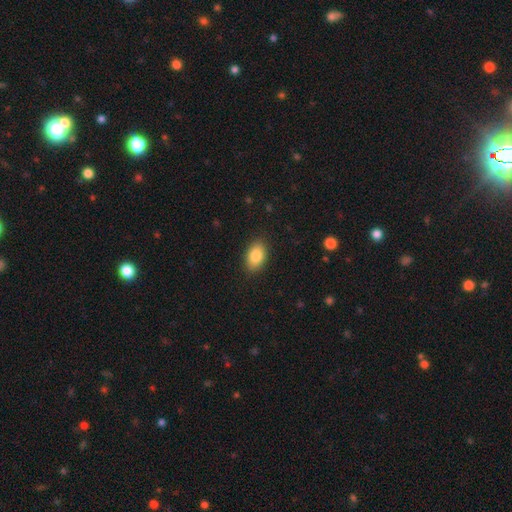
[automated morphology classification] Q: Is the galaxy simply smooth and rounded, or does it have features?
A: smooth — 86%.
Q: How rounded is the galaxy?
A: in between — 91%.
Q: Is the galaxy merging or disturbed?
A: none — 88%.